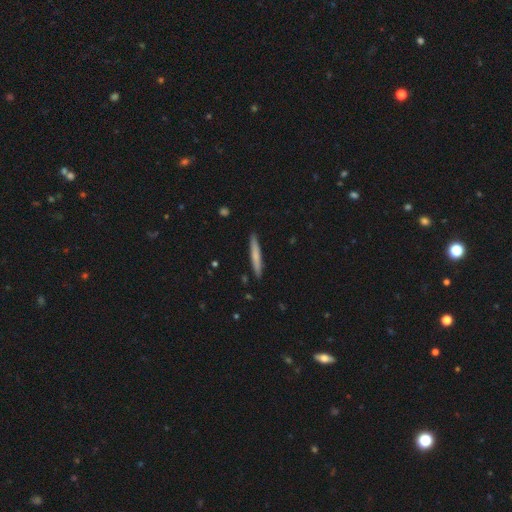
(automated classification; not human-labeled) Morphology: type=smooth (67%); roundness=cigar-shaped (96%); merging=none (90%).